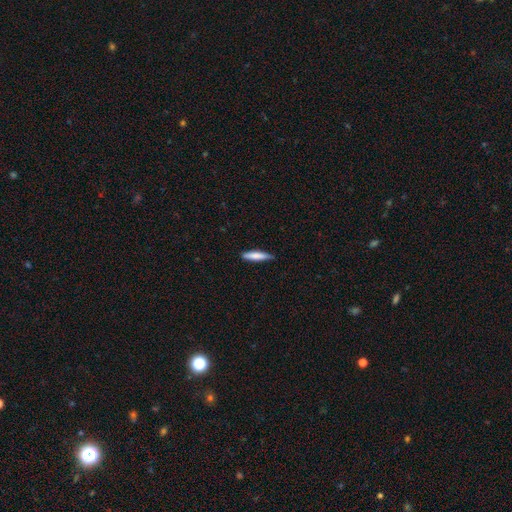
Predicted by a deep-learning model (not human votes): smooth 77%, featured or disk 18%, star or artifact 5%. Down the decision tree: how rounded — cigar-shaped (86%); merging — none (83%).